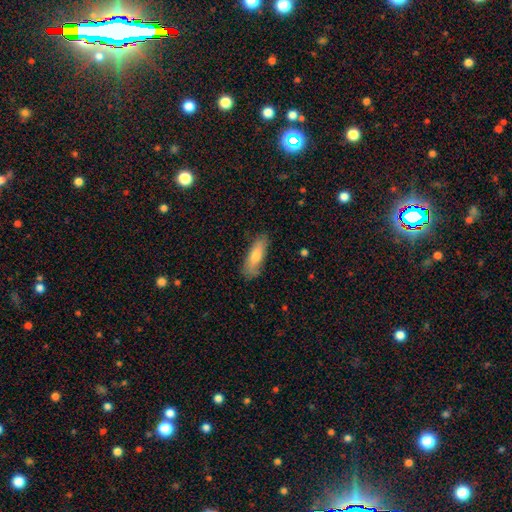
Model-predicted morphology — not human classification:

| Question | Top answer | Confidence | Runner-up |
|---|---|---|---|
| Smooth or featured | smooth | 67% | featured or disk (25%) |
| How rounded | cigar-shaped | 49% | tied: in between (49%) |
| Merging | none | 82% | minor disturbance (14%) |